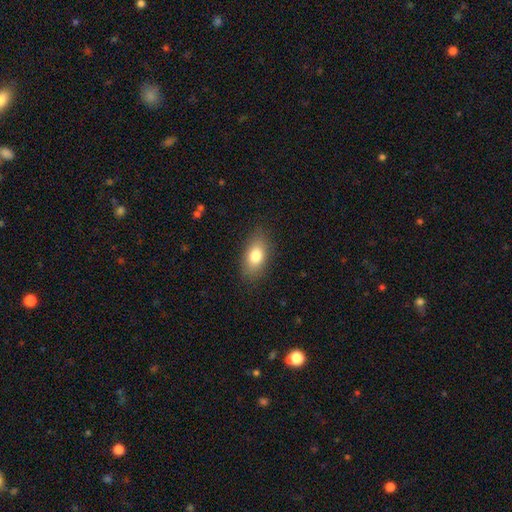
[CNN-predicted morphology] Q: Smooth or featured?
A: smooth (79%); runner-up: featured or disk (12%)
Q: How rounded?
A: in between (87%); runner-up: round (8%)
Q: Merging?
A: none (84%); runner-up: minor disturbance (11%)